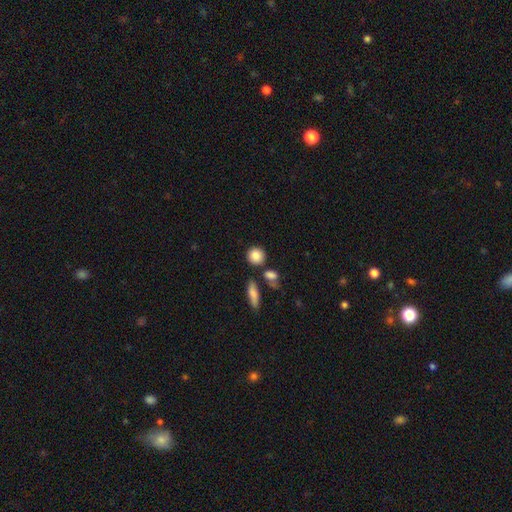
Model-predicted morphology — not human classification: Smooth or featured: smooth — 85% (star or artifact — 8%)
How rounded: round — 83% (in between — 15%)
Merging: none — 79% (minor disturbance — 9%)